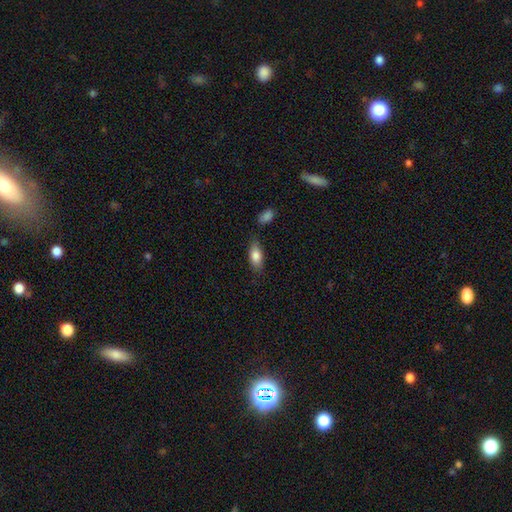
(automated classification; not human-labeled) smooth-or-featured: smooth: 82% | featured or disk: 12% | star or artifact: 7%
  how-rounded: in between: 83% | cigar-shaped: 13% | round: 3%
  merging: none: 74% | minor disturbance: 17% | merger: 5% | major disturbance: 4%